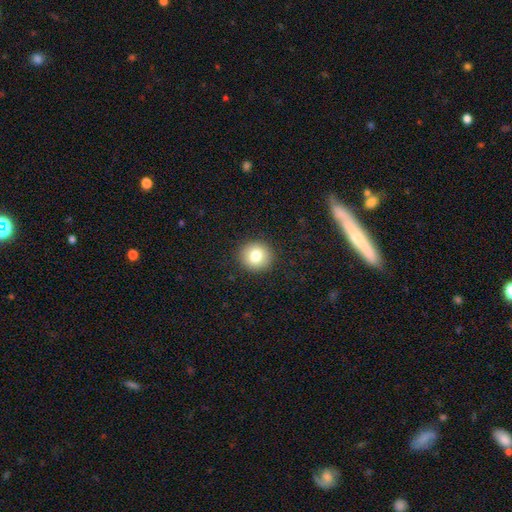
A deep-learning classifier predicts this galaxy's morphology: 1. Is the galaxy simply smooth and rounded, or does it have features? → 81% smooth, 10% star or artifact, 9% featured or disk.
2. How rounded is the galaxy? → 91% round, 8% in between, 1% cigar-shaped.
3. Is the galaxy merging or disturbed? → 91% none, 6% minor disturbance, 2% major disturbance, 1% merger.